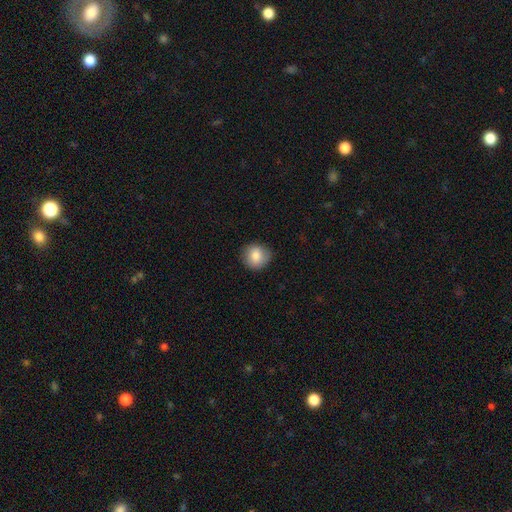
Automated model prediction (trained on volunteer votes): A smooth galaxy with no disk features (83%) that is round (88%).

Vote fractions:
- Smooth or featured? smooth: 83% / featured or disk: 9% / star or artifact: 8%
- How rounded? round: 88% / in between: 11% / cigar-shaped: 1%
- Merging? none: 84% / minor disturbance: 12% / major disturbance: 3% / merger: 1%